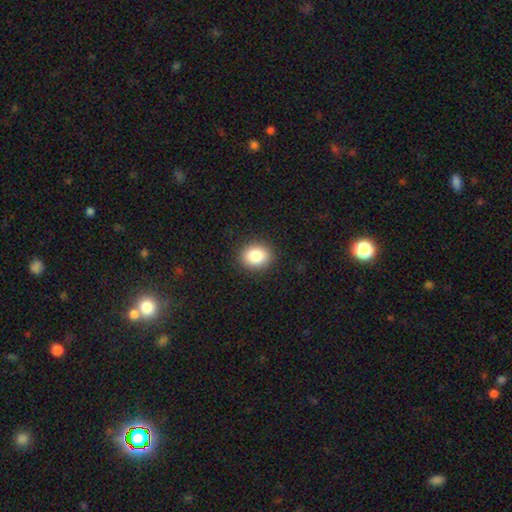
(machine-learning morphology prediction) Overall: smooth (85%). How rounded: round (62%; in between 37%). Merging: none (90%).